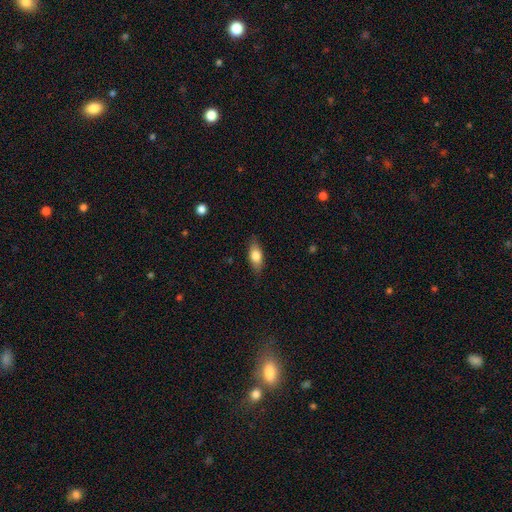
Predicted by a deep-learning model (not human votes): This is likely a smooth galaxy (76%). How rounded: likely in between (79%). Merging: clearly none (83%).